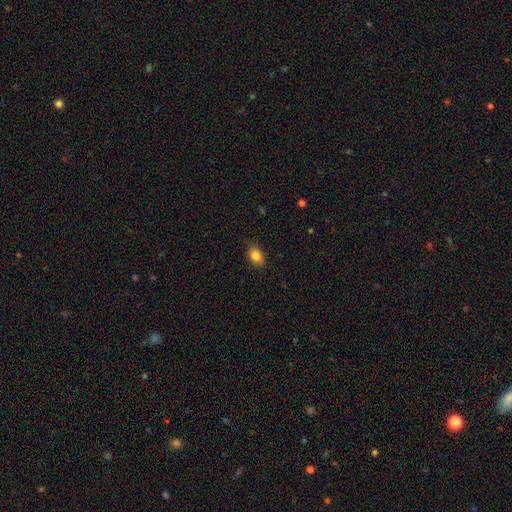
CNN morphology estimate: Smooth or featured: smooth — 84% (star or artifact — 9%)
How rounded: in between — 78% (round — 20%)
Merging: none — 85% (minor disturbance — 12%)